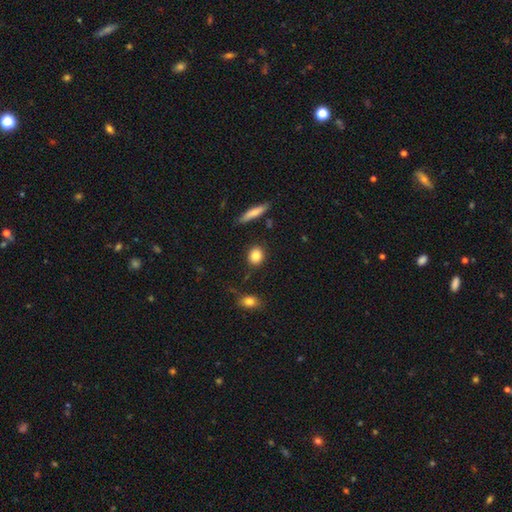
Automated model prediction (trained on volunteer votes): smooth_or_featured: smooth (p=0.84) [alt: star or artifact p=0.08]
how_rounded: round (p=0.67) [alt: in between p=0.30]
merging: none (p=0.87) [alt: minor disturbance p=0.08]